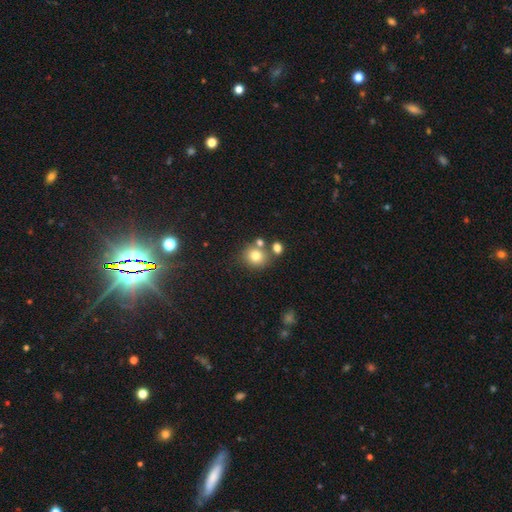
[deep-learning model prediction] Overall: smooth (78%). How rounded: round (82%). Merging: none (67%).